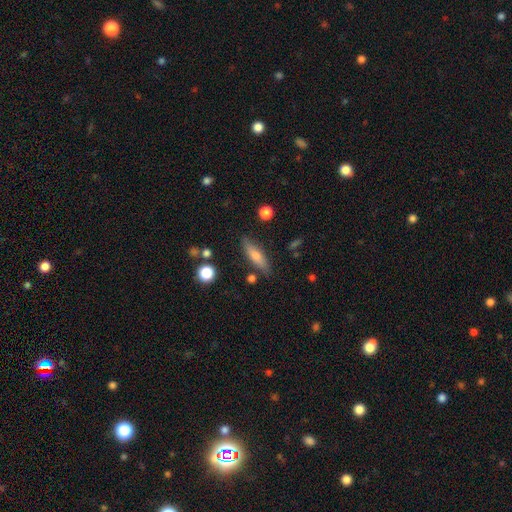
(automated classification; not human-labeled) The model was most divided on "smooth or featured": smooth: 59%, featured or disk: 34%, star or artifact: 7%. More confident: merging — none (83%); how rounded — cigar-shaped (64%).